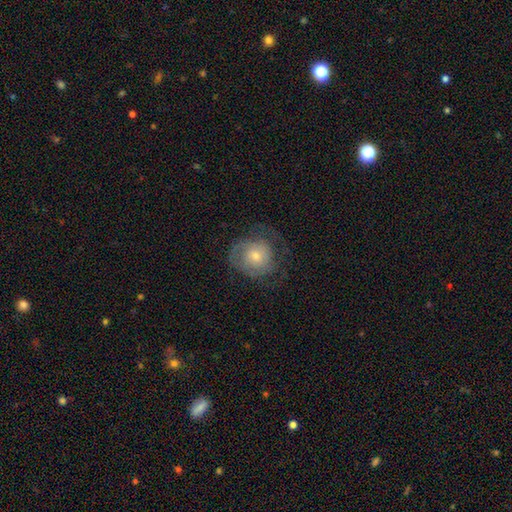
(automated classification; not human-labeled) Morphology: type=featured or disk (55%); edge-on=no (97%); bar=no (82%); spiral arms=yes (78%); bulge=small (54%); merging=none (61%).